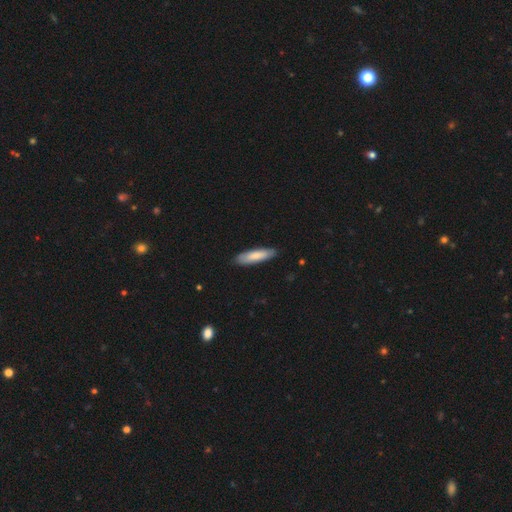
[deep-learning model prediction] A smooth galaxy with no disk features (78%) that is cigar-shaped (66%). Merging: none (87%).